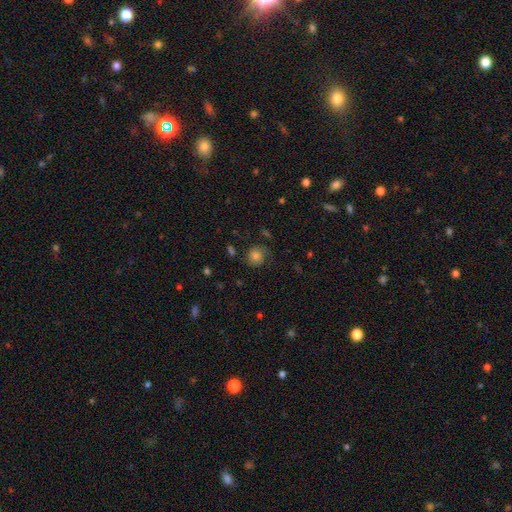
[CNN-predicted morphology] This appears to be a smooth galaxy with no disk features (67%) that is round (84%). Merging: none (65%).